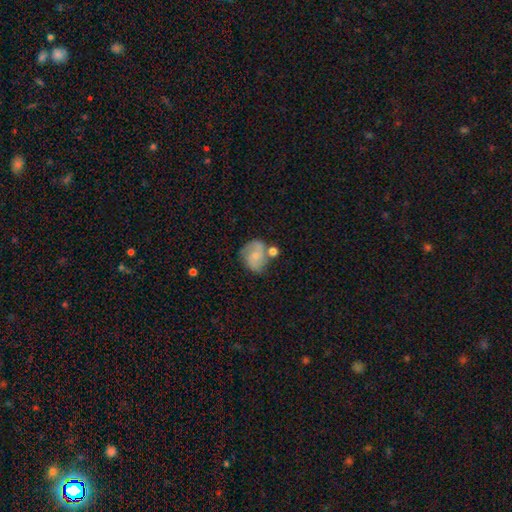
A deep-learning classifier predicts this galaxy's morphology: A featured or disk galaxy (56%) with no bar (59%), spiral arms (87%) and a small central bulge (41%).

Vote fractions:
- Smooth or featured? featured or disk: 56% / smooth: 36% / star or artifact: 8%
- Edge-on disk? no: 97% / yes: 3%
- Bar? no: 59% / weak: 35% / strong: 6%
- Spiral arms? yes: 87% / no: 13%
- Bulge size? small: 41% / moderate: 27% / none: 26% / large: 5% / dominant: 2%
- Merging? none: 48% / merger: 21% / minor disturbance: 21% / major disturbance: 10%